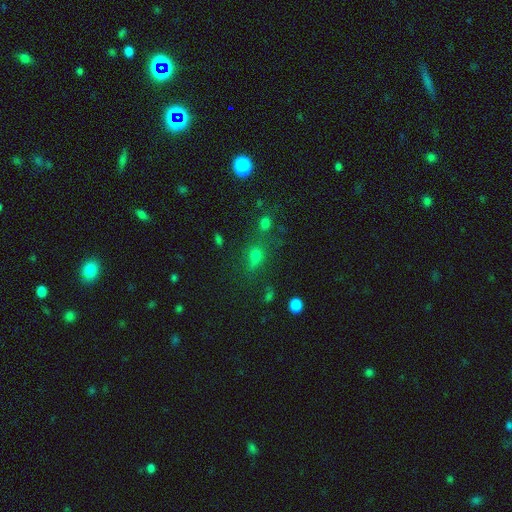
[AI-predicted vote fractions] This is likely a smooth galaxy (60%). How rounded: possibly round (53%). Merging: likely none (61%).